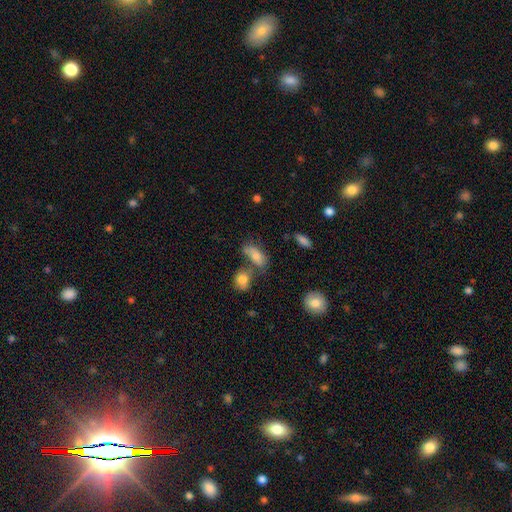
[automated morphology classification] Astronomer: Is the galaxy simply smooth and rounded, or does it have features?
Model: smooth — 74%.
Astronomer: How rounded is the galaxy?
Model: in between — 84%.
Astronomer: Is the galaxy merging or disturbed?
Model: none — 41% (runner-up: merger, 29%).